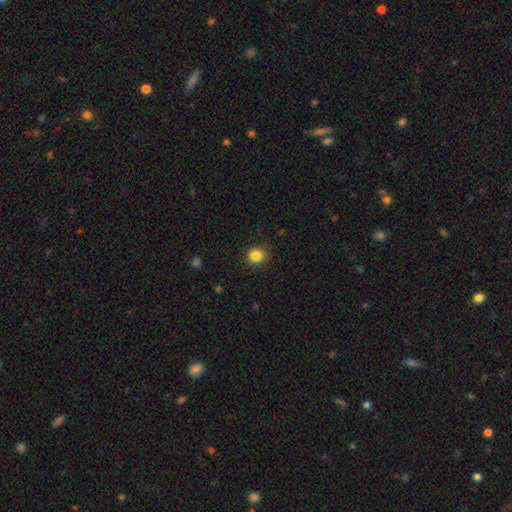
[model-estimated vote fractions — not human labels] smooth-or-featured: smooth: 85% | star or artifact: 11% | featured or disk: 4%
  how-rounded: round: 88% | in between: 11% | cigar-shaped: 1%
  merging: none: 85% | minor disturbance: 11% | major disturbance: 3% | merger: 1%